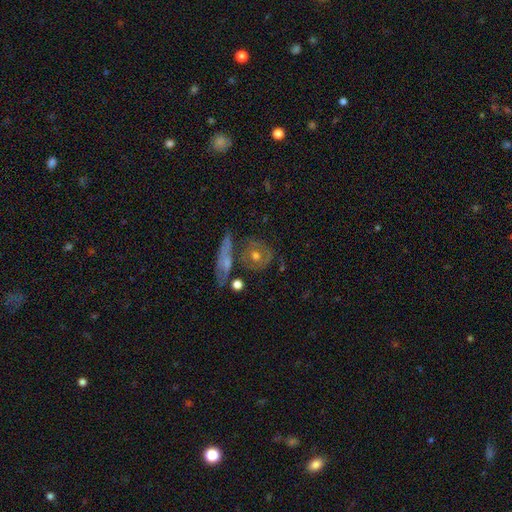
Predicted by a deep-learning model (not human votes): Q: Smooth or featured?
A: featured or disk (51%); runner-up: smooth (40%)
Q: Edge-on disk?
A: no (80%); runner-up: yes (20%)
Q: Merging?
A: none (65%); runner-up: minor disturbance (14%)